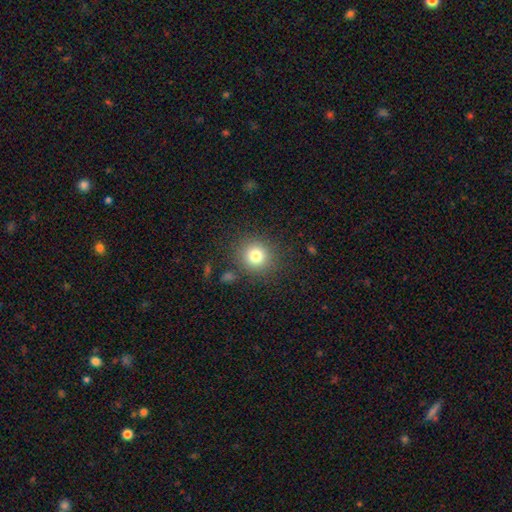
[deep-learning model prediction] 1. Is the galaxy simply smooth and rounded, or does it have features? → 79% smooth, 13% star or artifact, 8% featured or disk.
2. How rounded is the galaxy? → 91% round, 8% in between, 1% cigar-shaped.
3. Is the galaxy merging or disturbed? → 86% none, 8% minor disturbance, 3% major disturbance, 2% merger.